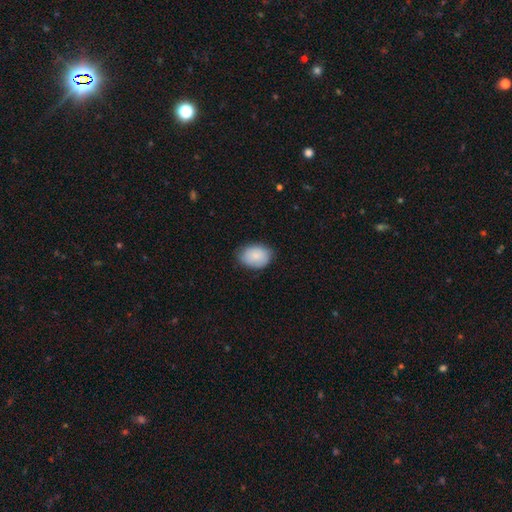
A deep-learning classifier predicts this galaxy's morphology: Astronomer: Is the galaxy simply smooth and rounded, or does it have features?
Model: smooth — 85%.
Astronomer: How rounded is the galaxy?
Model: in between — 72%.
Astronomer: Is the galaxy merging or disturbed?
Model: none — 79%.